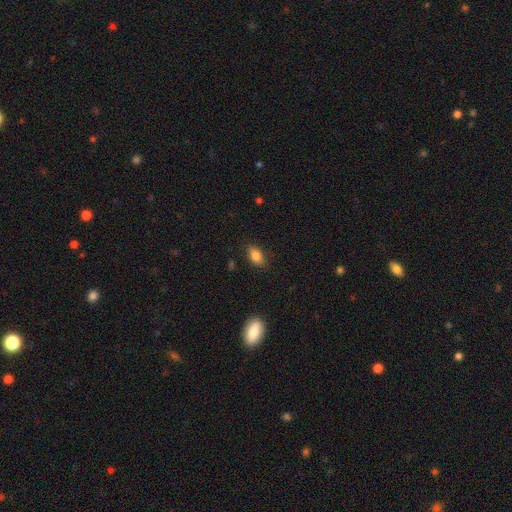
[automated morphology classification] A smooth galaxy with no disk features (85%) that is in between round and cigar-shaped (87%).

Vote fractions:
- Smooth or featured? smooth: 85% / star or artifact: 9% / featured or disk: 7%
- How rounded? in between: 87% / round: 10% / cigar-shaped: 3%
- Merging? none: 85% / minor disturbance: 11% / major disturbance: 3% / merger: 1%